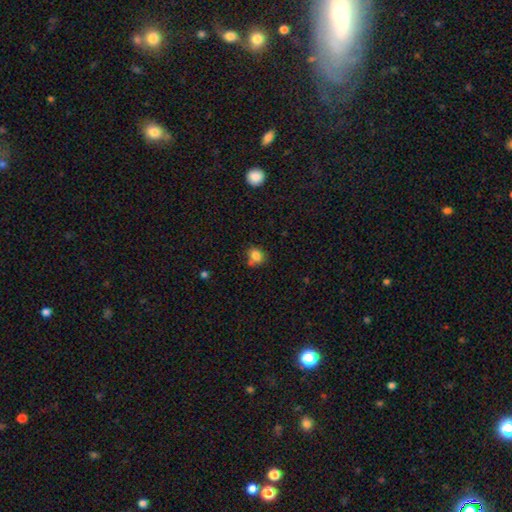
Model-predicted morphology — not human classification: Overall: smooth (82%). How rounded: round (66%; in between 33%). Merging: none (59%; minor disturbance 21%).